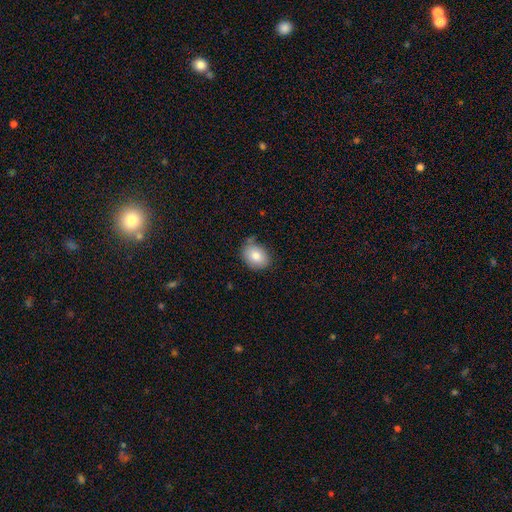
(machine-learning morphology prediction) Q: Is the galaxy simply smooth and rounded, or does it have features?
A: smooth — 82%.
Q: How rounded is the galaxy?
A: in between — 63%.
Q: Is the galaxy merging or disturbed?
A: none — 70%.